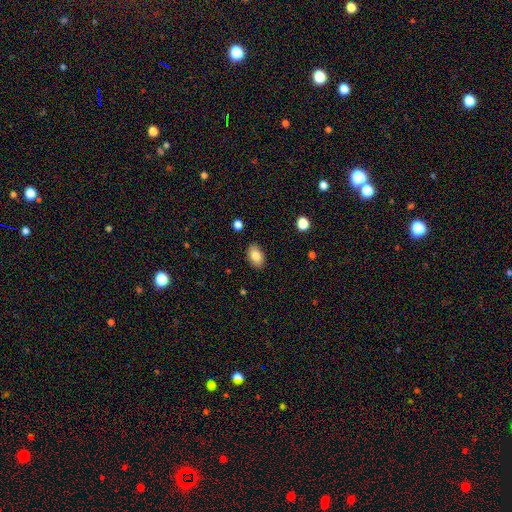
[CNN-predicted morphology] smooth 83%, featured or disk 9%, star or artifact 8%. Down the decision tree: how rounded — in between (88%); merging — none (87%).